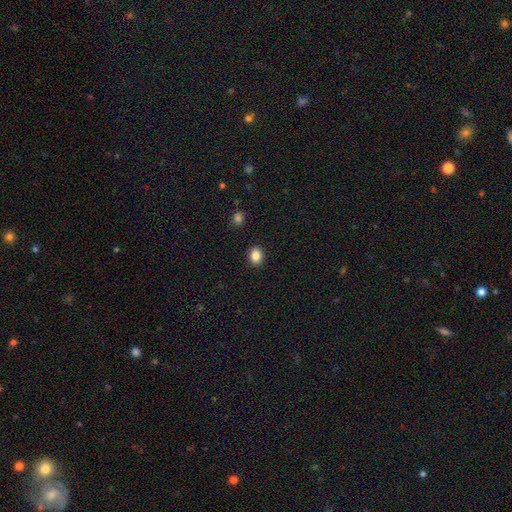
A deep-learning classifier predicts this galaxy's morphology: Smooth or featured: smooth — 86% (star or artifact — 10%)
How rounded: in between — 52% (round — 47%)
Merging: none — 91% (minor disturbance — 6%)